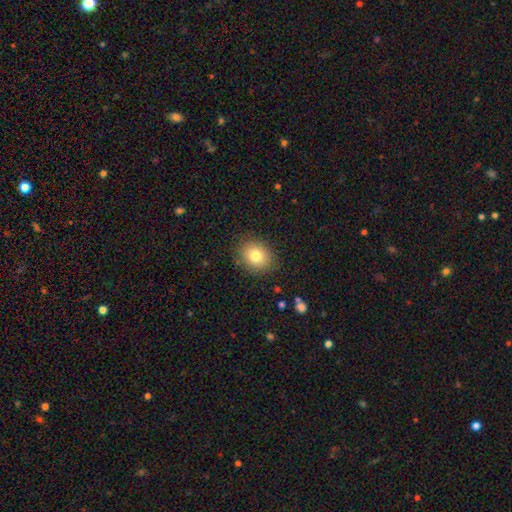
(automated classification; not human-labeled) Smooth or featured: smooth — 79% (star or artifact — 11%)
How rounded: round — 64% (in between — 35%)
Merging: none — 86% (minor disturbance — 10%)